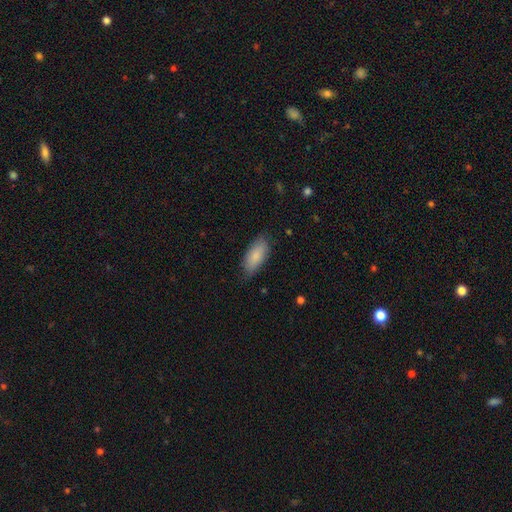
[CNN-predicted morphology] Q: Smooth or featured?
A: smooth (86%); runner-up: featured or disk (9%)
Q: How rounded?
A: in between (82%); runner-up: cigar-shaped (16%)
Q: Merging?
A: none (77%); runner-up: minor disturbance (18%)